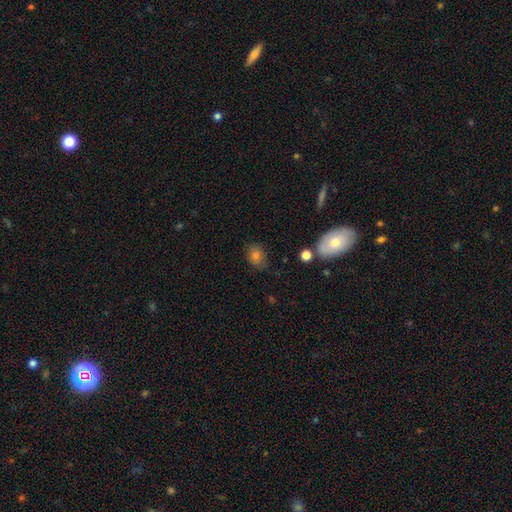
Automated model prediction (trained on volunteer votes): Smooth or featured? Predicted: smooth (p=0.75). How rounded? Predicted: in between (p=0.56). Merging? Predicted: none (p=0.71).